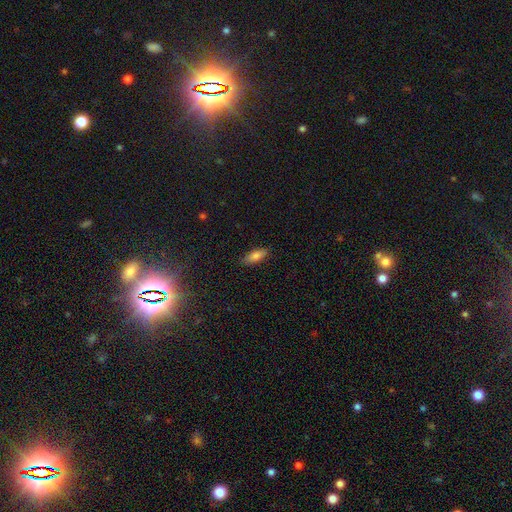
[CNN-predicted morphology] Smooth or featured?
  - smooth: 78% *
  - featured or disk: 15%
  - star or artifact: 8%
How rounded?
  - in between: 64% *
  - cigar-shaped: 34%
  - round: 2%
Merging?
  - none: 86% *
  - minor disturbance: 11%
  - major disturbance: 2%
  - merger: 1%